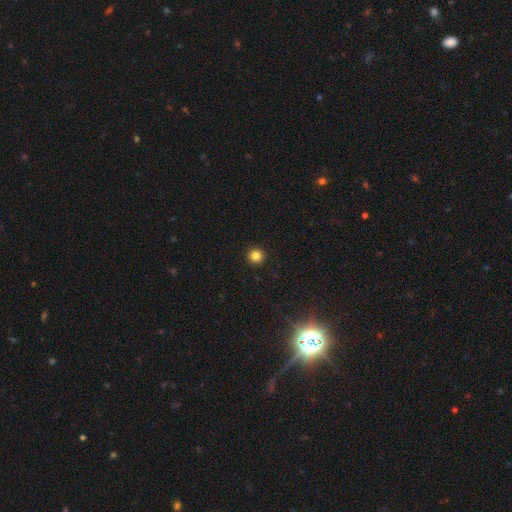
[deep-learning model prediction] Smooth or featured?
  - smooth: 83% *
  - star or artifact: 13%
  - featured or disk: 5%
How rounded?
  - round: 95% *
  - in between: 4%
  - cigar-shaped: 1%
Merging?
  - none: 94% *
  - minor disturbance: 4%
  - major disturbance: 2%
  - merger: 1%